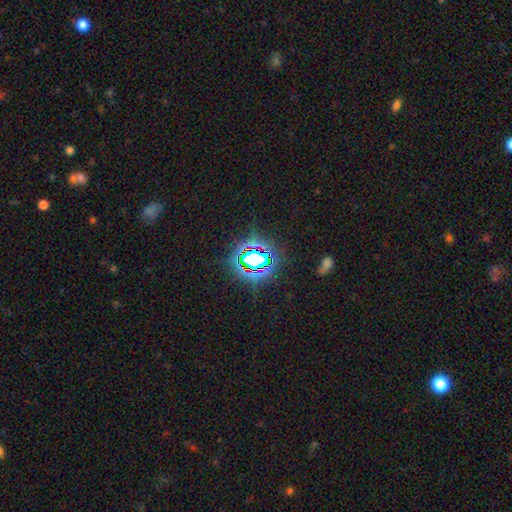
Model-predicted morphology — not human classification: star or artifact 75%, smooth 14%, featured or disk 11%.